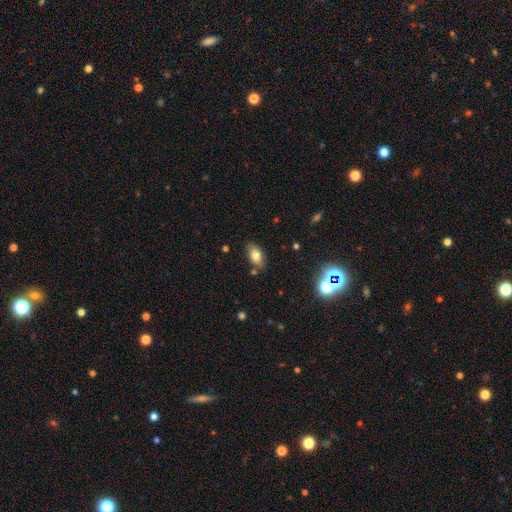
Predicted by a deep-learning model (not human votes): Smooth or featured? smooth (75%)
How rounded? in between (89%)
Merging? none (80%)